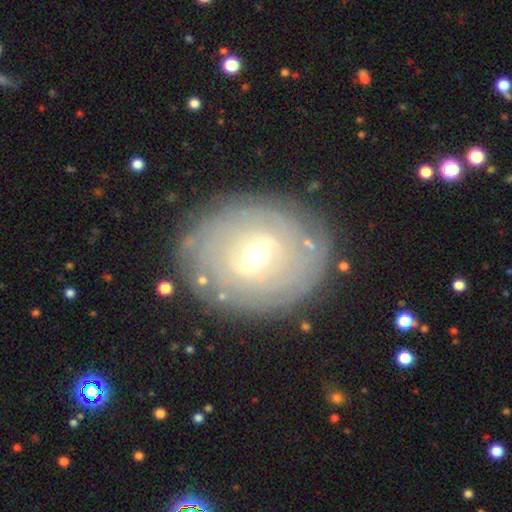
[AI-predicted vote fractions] A featured or disk galaxy (72%) with a weak bar (57%), spiral arms (66%) and a moderate central bulge (58%). Merging: none (82%).